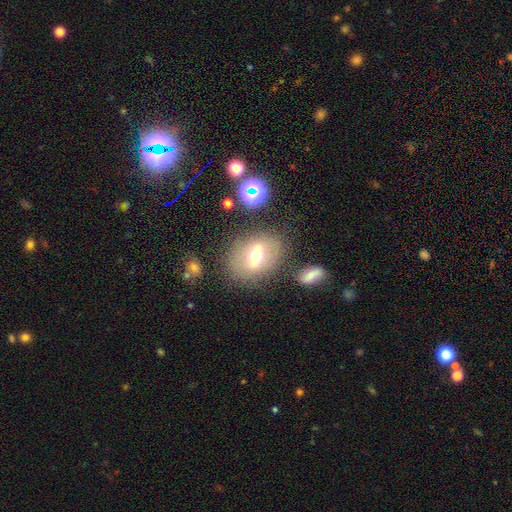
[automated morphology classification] A smooth galaxy with no disk features (52%) that is in between round and cigar-shaped (70%). Merging: none (75%).